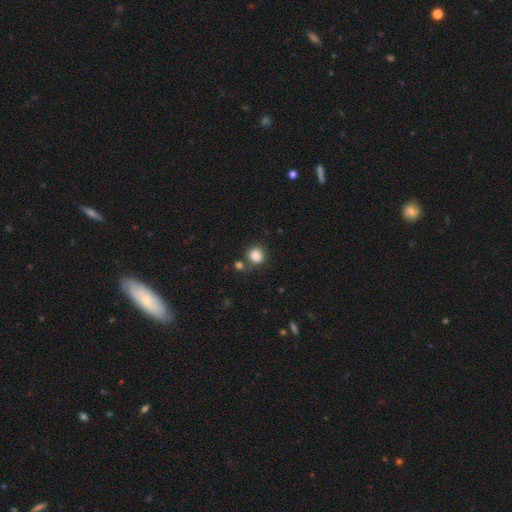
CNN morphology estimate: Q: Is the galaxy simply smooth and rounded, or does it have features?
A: smooth — 86%.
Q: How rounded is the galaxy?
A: round — 85%.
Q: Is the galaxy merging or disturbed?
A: none — 71%.